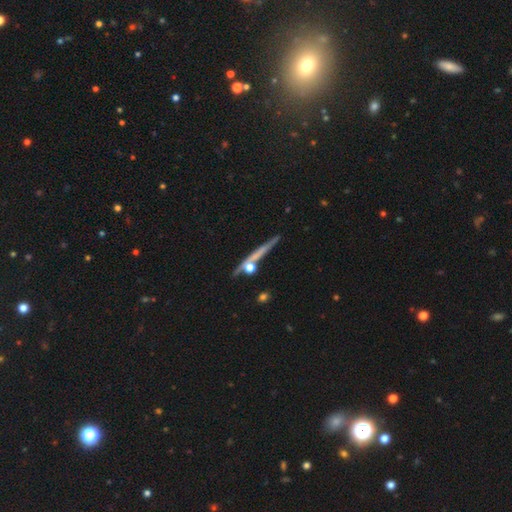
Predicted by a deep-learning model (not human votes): A featured or disk galaxy (57%) viewed edge-on (92%) with no central bulge (60%).

Vote fractions:
- Smooth or featured? featured or disk: 57% / smooth: 33% / star or artifact: 11%
- Edge-on disk? yes: 92% / no: 8%
- Edge-on bulge? none: 60% / rounded: 33% / boxy: 8%
- Merging? none: 72% / minor disturbance: 12% / merger: 10% / major disturbance: 5%